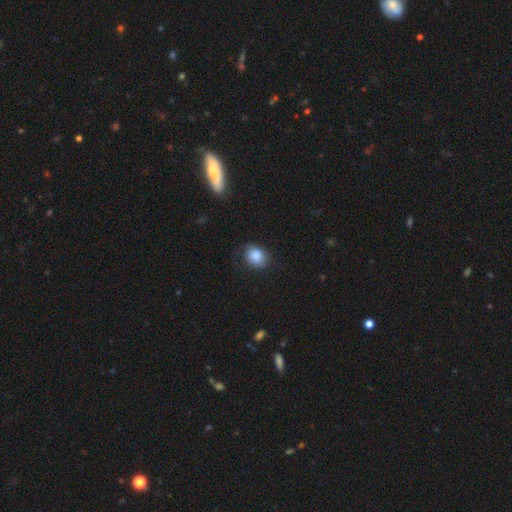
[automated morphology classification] A smooth galaxy with no disk features (86%) that is in between round and cigar-shaped (51%). Merging: none (71%).